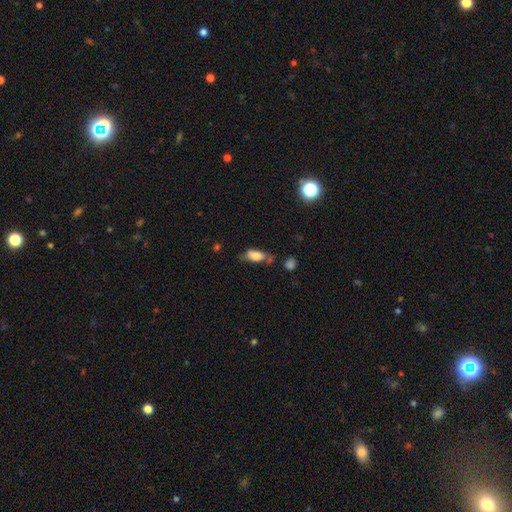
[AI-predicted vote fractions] A smooth galaxy with no disk features (74%) that is in between round and cigar-shaped (83%). Merging: none (48%).